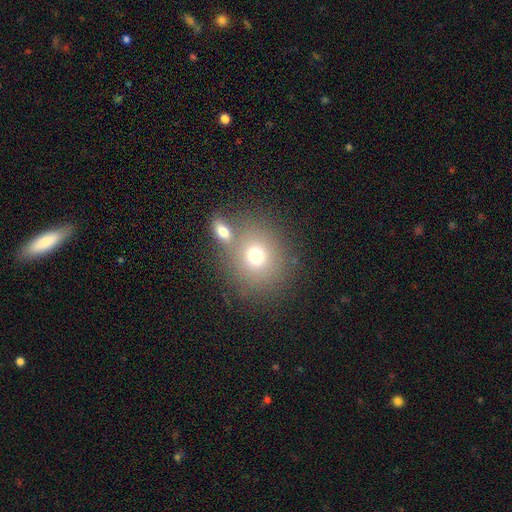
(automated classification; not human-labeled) Smooth or featured? smooth (73%)
How rounded? round (75%)
Merging? none (57%)